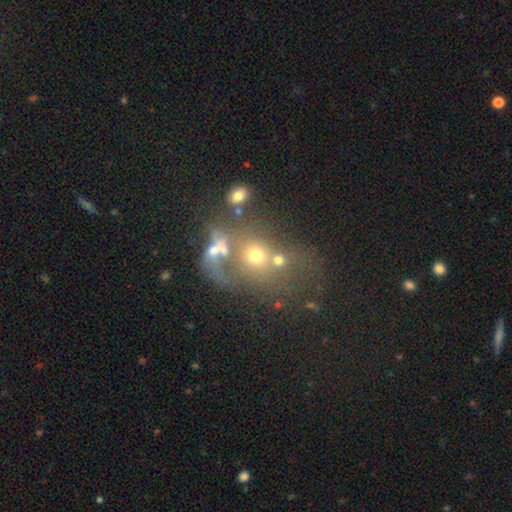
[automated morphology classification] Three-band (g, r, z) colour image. It shows a smooth galaxy with no disk features (49%). Merging: merger (46%).